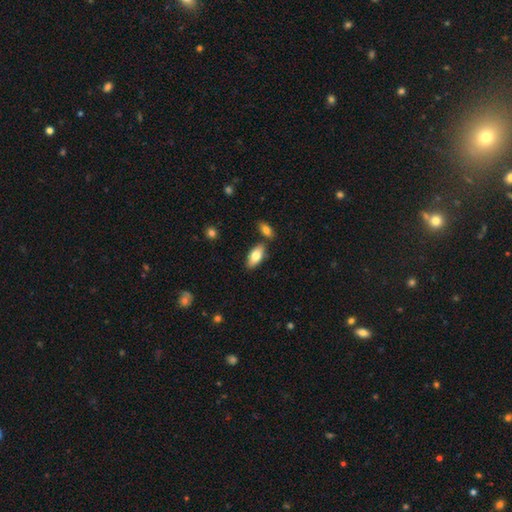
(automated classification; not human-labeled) Smooth or featured? smooth (77%)
How rounded? in between (89%)
Merging? none (77%)